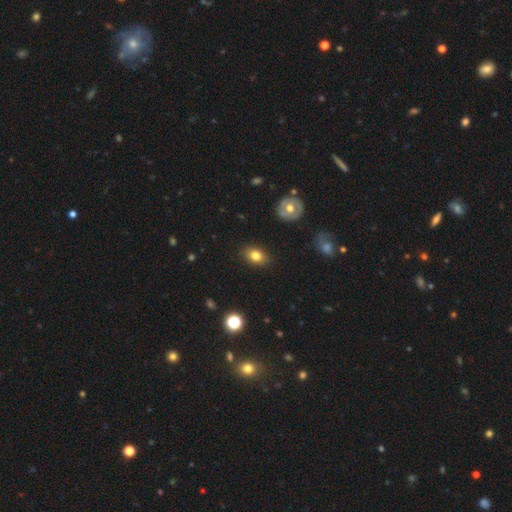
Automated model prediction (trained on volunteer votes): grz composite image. It shows a smooth galaxy with no disk features (79%) that is in between round and cigar-shaped (77%). Merging: none (87%).